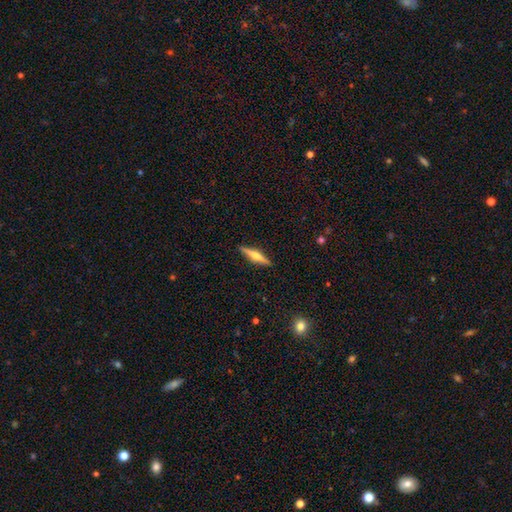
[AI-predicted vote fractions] Smooth or featured: featured or disk — 60% (smooth — 34%)
Edge-on disk: yes — 97% (no — 3%)
Edge-on bulge: rounded — 87% (none — 6%)
Merging: none — 91% (minor disturbance — 7%)